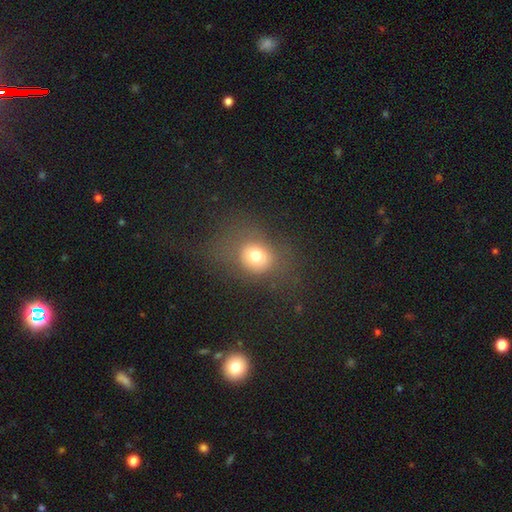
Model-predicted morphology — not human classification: The model was most divided on "how rounded": round: 61%, in between: 38%, cigar-shaped: 1%. More confident: smooth or featured — smooth (73%); merging — none (64%).